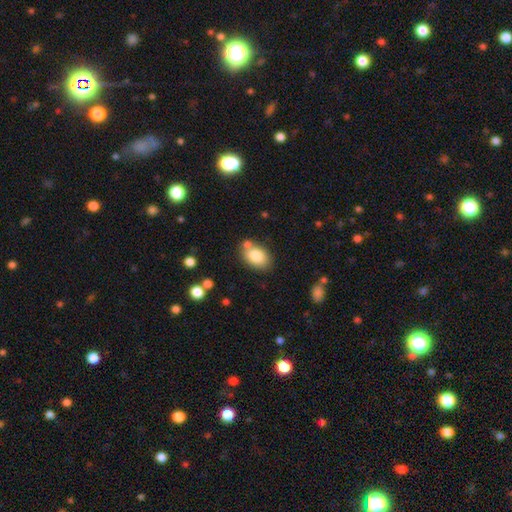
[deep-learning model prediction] A smooth galaxy with no disk features (83%) that is in between round and cigar-shaped (81%). Merging: none (71%).